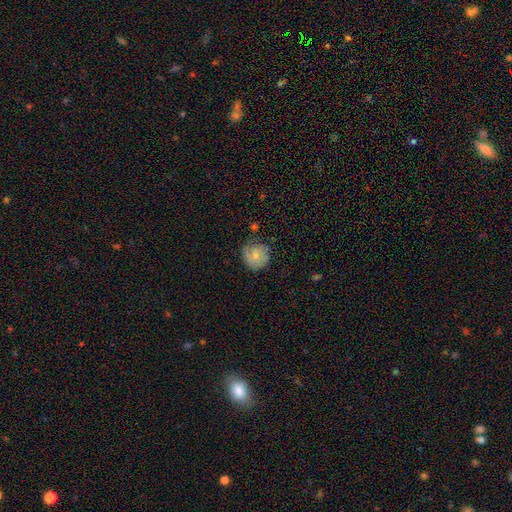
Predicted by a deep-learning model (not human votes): Q: Smooth or featured?
A: smooth (58%); runner-up: featured or disk (34%)
Q: How rounded?
A: round (88%); runner-up: in between (11%)
Q: Merging?
A: none (65%); runner-up: minor disturbance (25%)